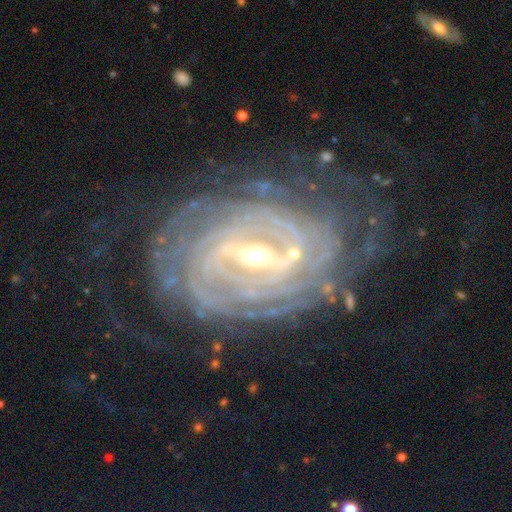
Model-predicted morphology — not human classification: A featured or disk galaxy (89%) with a strong bar (51%), tight (79%) spiral arms (95%) and a small central bulge (50%).

Vote fractions:
- Smooth or featured? featured or disk: 89% / star or artifact: 7% / smooth: 5%
- Edge-on disk? no: 95% / yes: 5%
- Bar? strong: 51% / weak: 37% / no: 11%
- Spiral arms? yes: 95% / no: 5%
- Spiral winding? tight: 79% / medium: 16% / loose: 5%
- Spiral arm count? can't tell: 37% / more than 4: 17% / 2: 14% / 4: 14% / 3: 10% / 1: 7%
- Bulge size? small: 50% / moderate: 45% / large: 3% / none: 1% / dominant: 1%
- Merging? none: 71% / minor disturbance: 16% / major disturbance: 11% / merger: 2%